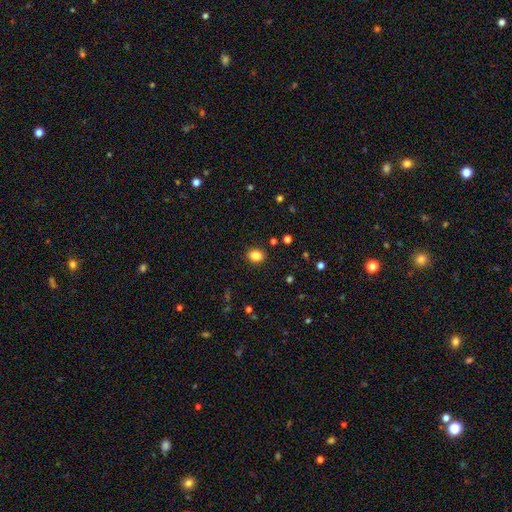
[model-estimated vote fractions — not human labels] Q: Smooth or featured?
A: smooth (85%); runner-up: star or artifact (10%)
Q: How rounded?
A: in between (59%); runner-up: round (40%)
Q: Merging?
A: none (89%); runner-up: minor disturbance (8%)